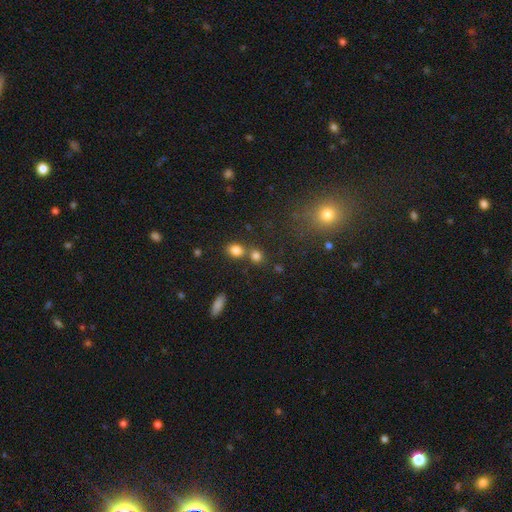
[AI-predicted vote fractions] A smooth galaxy with no disk features (79%) that is round (58%).

Vote fractions:
- Smooth or featured? smooth: 79% / star or artifact: 14% / featured or disk: 8%
- How rounded? round: 58% / in between: 40% / cigar-shaped: 2%
- Merging? none: 56% / merger: 32% / minor disturbance: 9% / major disturbance: 3%